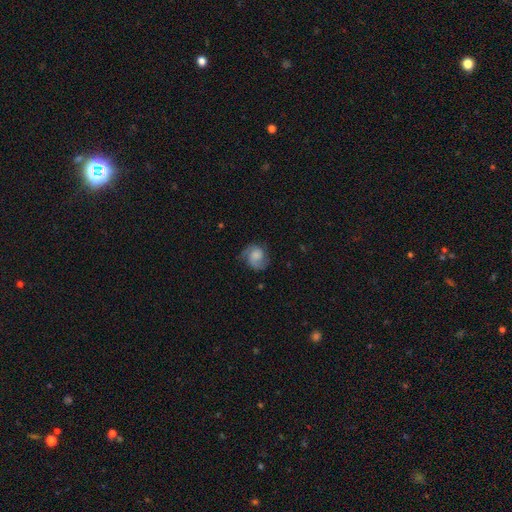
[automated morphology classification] The model was most divided on "bulge size": none: 29%, moderate: 26%, small: 22%, large: 20%, dominant: 4%. More confident: edge-on disk — no (98%); spiral arms — yes (90%); bar — no (69%); merging — none (63%); smooth or featured — featured or disk (52%).